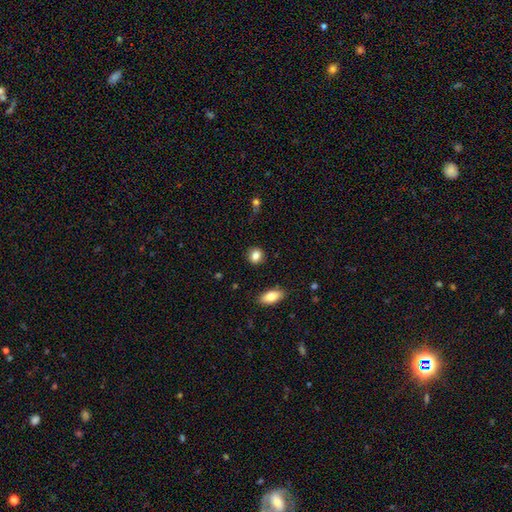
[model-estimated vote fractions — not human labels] This is clearly a smooth galaxy (84%). How rounded: likely round (70%). Merging: clearly none (87%).